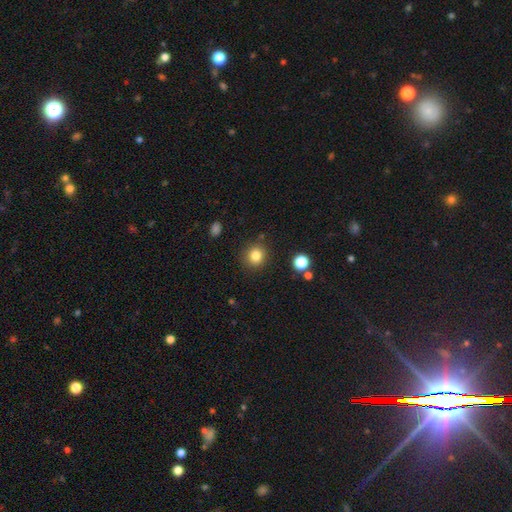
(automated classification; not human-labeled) This appears to be a smooth galaxy with no disk features (83%) that is round (86%). Merging: none (86%).